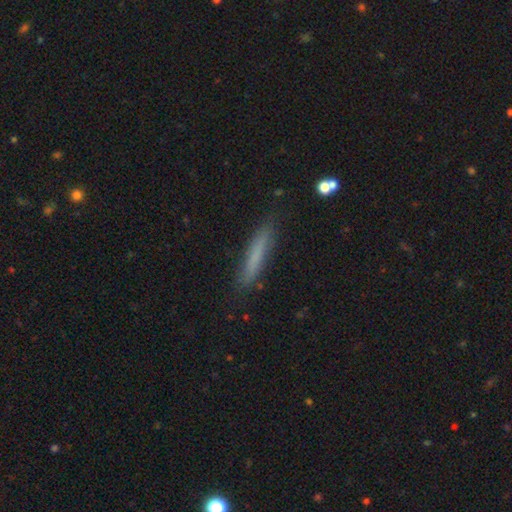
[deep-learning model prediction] A smooth galaxy with no disk features (71%) that is cigar-shaped (92%). Merging: none (86%).